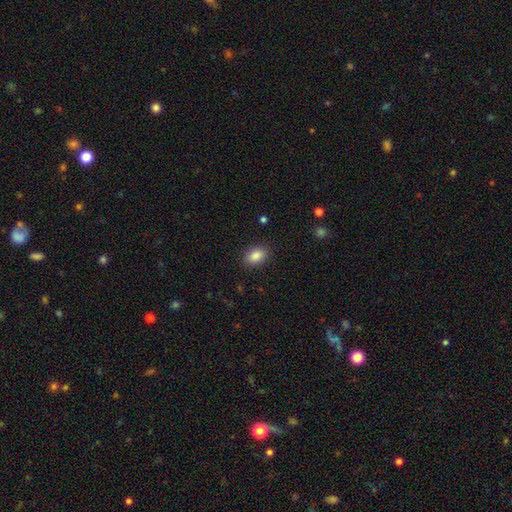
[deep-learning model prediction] smooth-or-featured: smooth: 88% | star or artifact: 8% | featured or disk: 4%
  how-rounded: in between: 85% | round: 14% | cigar-shaped: 1%
  merging: none: 88% | minor disturbance: 9% | major disturbance: 3% | merger: 1%